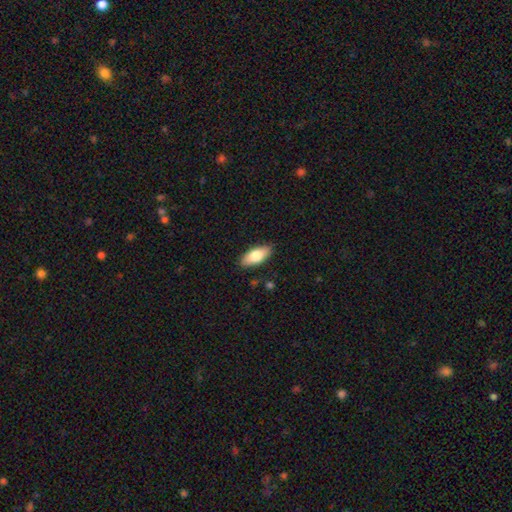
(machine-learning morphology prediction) The model was most divided on "smooth or featured": smooth: 76%, featured or disk: 18%, star or artifact: 6%. More confident: merging — none (87%); how rounded — in between (84%).